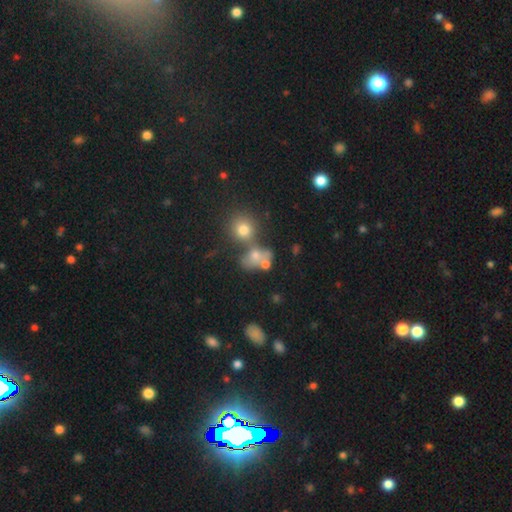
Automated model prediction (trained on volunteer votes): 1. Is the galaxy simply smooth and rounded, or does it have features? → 57% smooth, 21% featured or disk, 21% star or artifact.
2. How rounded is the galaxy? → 49% round, 48% in between, 3% cigar-shaped.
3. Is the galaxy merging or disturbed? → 41% none, 37% merger, 13% minor disturbance, 8% major disturbance.